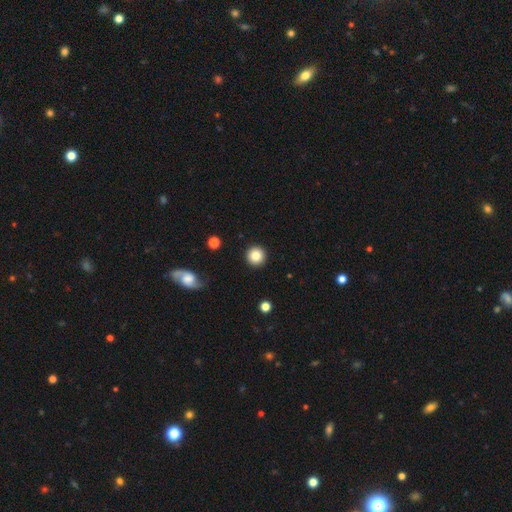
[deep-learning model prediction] Smooth or featured? Predicted: smooth (p=0.85). How rounded? Predicted: round (p=0.95). Merging? Predicted: none (p=0.91).